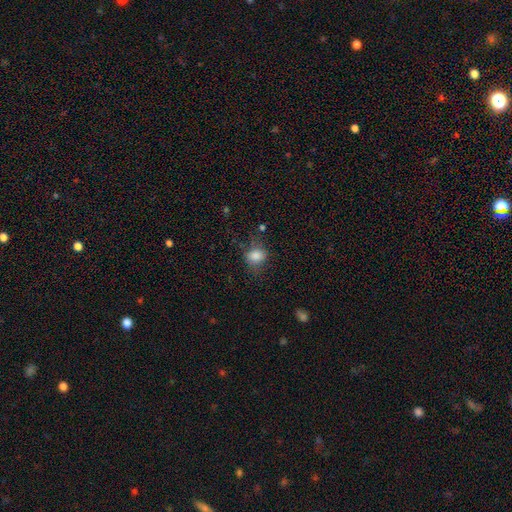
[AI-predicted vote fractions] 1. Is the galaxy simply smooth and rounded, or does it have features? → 80% smooth, 10% star or artifact, 9% featured or disk.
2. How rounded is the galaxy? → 56% round, 43% in between, 1% cigar-shaped.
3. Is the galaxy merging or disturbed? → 58% none, 25% minor disturbance, 14% major disturbance, 3% merger.